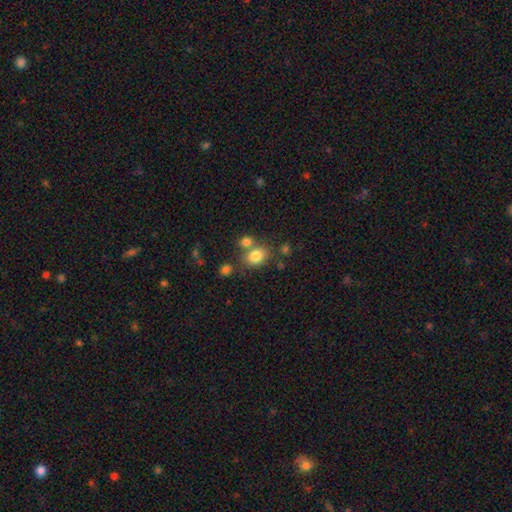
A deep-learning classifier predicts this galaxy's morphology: Smooth or featured? Predicted: smooth (p=0.81). How rounded? Predicted: in between (p=0.60). Merging? Predicted: none (p=0.57).